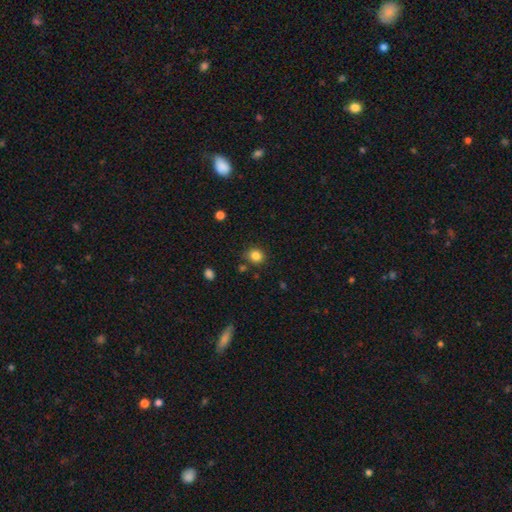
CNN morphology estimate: type=smooth (83%); roundness=round (77%); merging=none (82%).